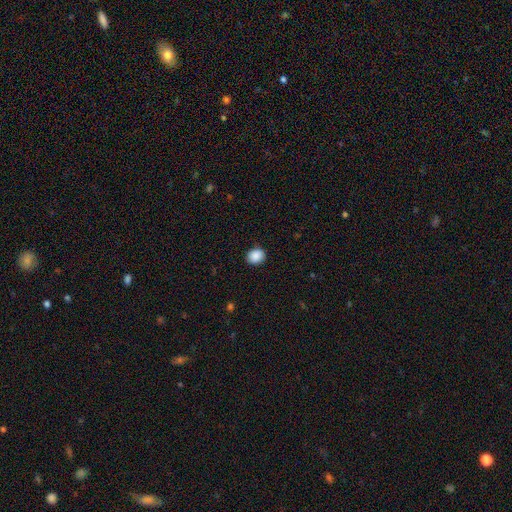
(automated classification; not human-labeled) Smooth or featured: smooth — 89% (star or artifact — 8%)
How rounded: round — 62% (in between — 37%)
Merging: none — 89% (minor disturbance — 8%)